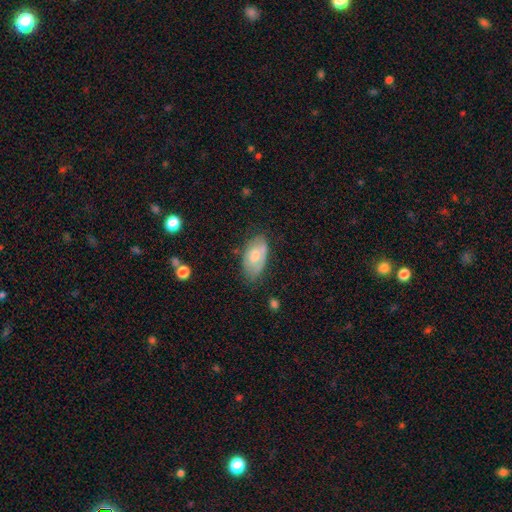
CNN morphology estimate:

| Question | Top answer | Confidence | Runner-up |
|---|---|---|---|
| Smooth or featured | smooth | 58% | featured or disk (35%) |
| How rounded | in between | 94% | round (4%) |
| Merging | none | 60% | minor disturbance (29%) |